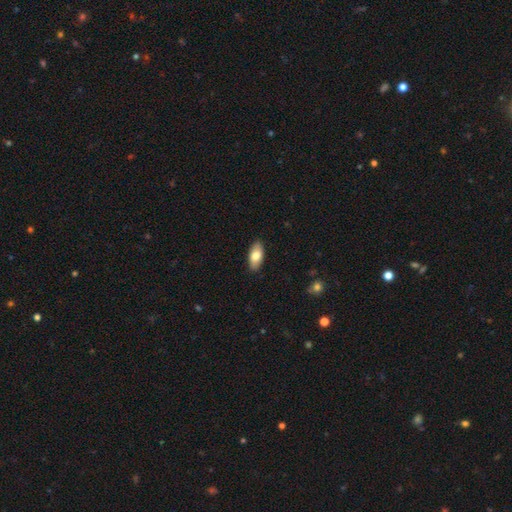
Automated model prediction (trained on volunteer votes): Smooth or featured?
  - smooth: 78% *
  - featured or disk: 16%
  - star or artifact: 6%
How rounded?
  - in between: 89% *
  - cigar-shaped: 9%
  - round: 3%
Merging?
  - none: 88% *
  - minor disturbance: 9%
  - major disturbance: 2%
  - merger: 1%